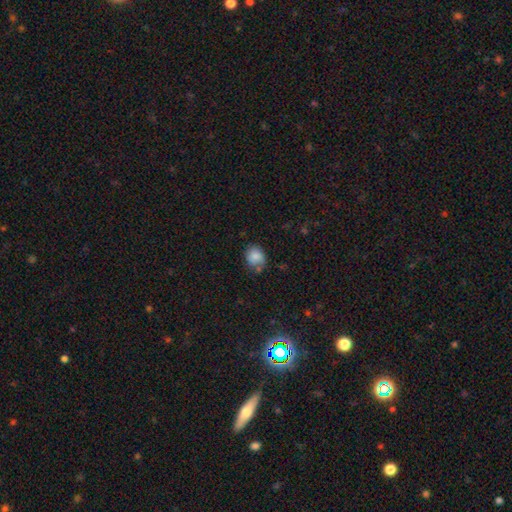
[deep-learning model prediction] This is clearly a smooth galaxy (82%). How rounded: likely round (63%). Merging: likely none (64%).